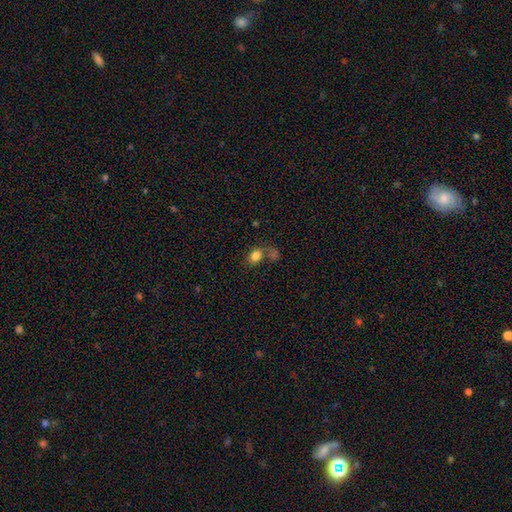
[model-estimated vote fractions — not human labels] The model was most divided on "merging": none: 47%, merger: 31%, minor disturbance: 14%, major disturbance: 8%. More confident: smooth or featured — smooth (81%); how rounded — in between (59%).